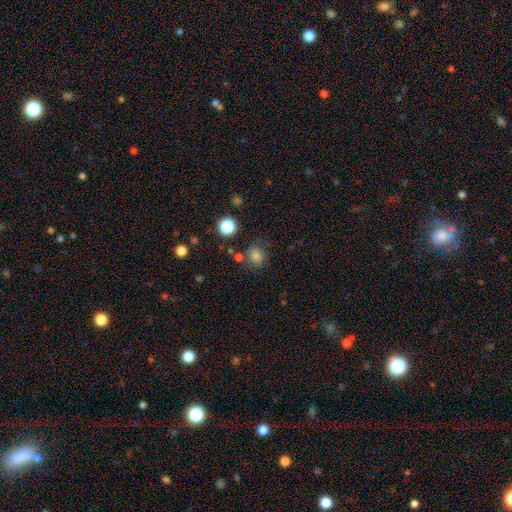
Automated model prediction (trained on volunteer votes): This is likely a smooth galaxy (77%). How rounded: likely round (75%). Merging: likely none (75%).